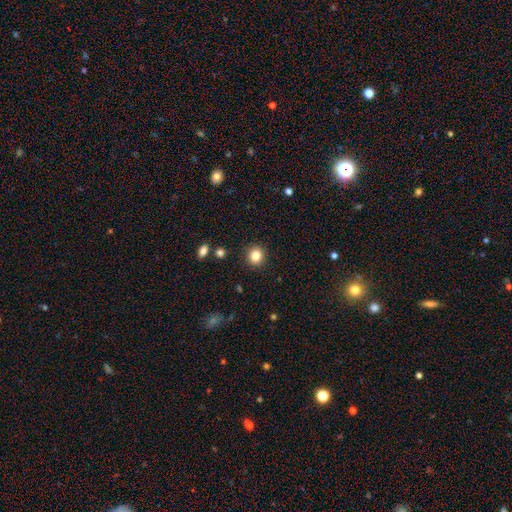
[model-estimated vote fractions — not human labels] The model was most divided on "smooth or featured": smooth: 83%, star or artifact: 11%, featured or disk: 6%. More confident: merging — none (91%); how rounded — round (89%).